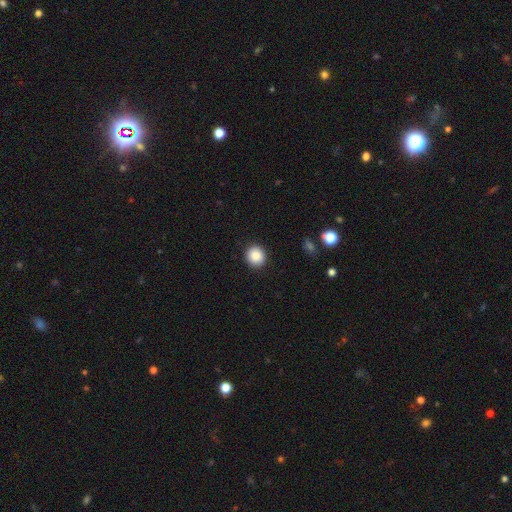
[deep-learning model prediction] A smooth galaxy with no disk features (86%) that is round (90%). Merging: none (92%).